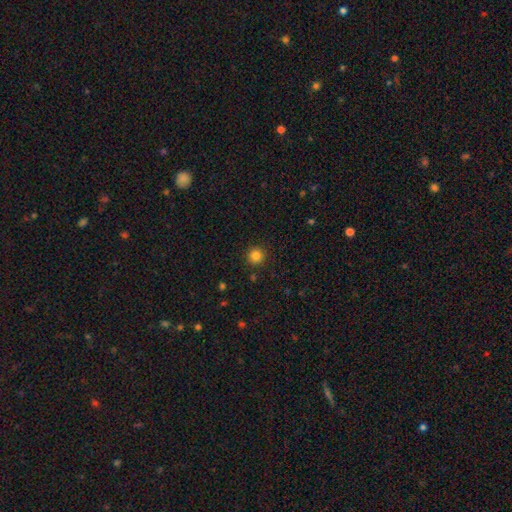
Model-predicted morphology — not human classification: Smooth or featured: smooth — 84% (star or artifact — 13%)
How rounded: round — 95% (in between — 4%)
Merging: none — 91% (minor disturbance — 6%)